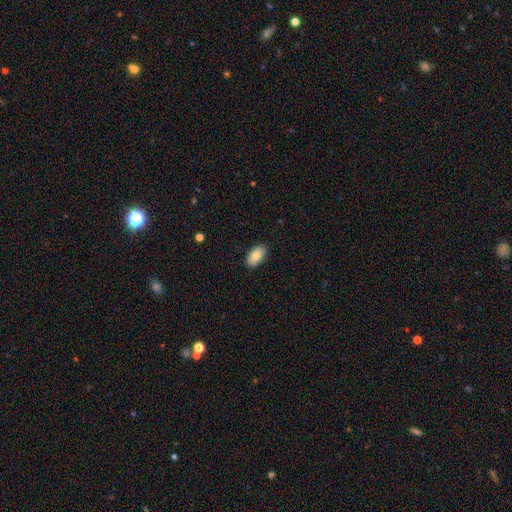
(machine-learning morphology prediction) smooth 84%, featured or disk 10%, star or artifact 7%. Down the decision tree: how rounded — in between (94%); merging — none (87%).